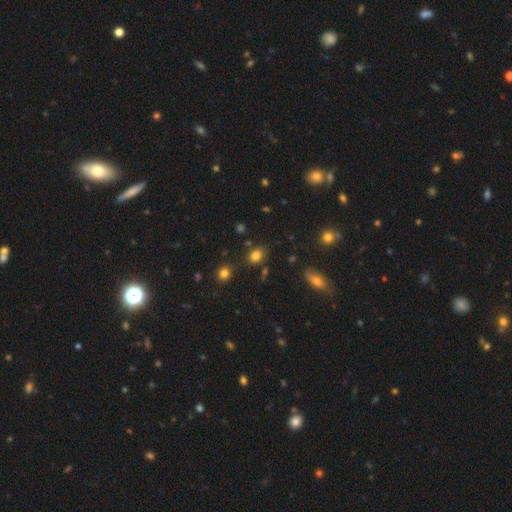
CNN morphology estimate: Smooth or featured? Predicted: smooth (p=0.81). How rounded? Predicted: round (p=0.62). Merging? Predicted: none (p=0.80).